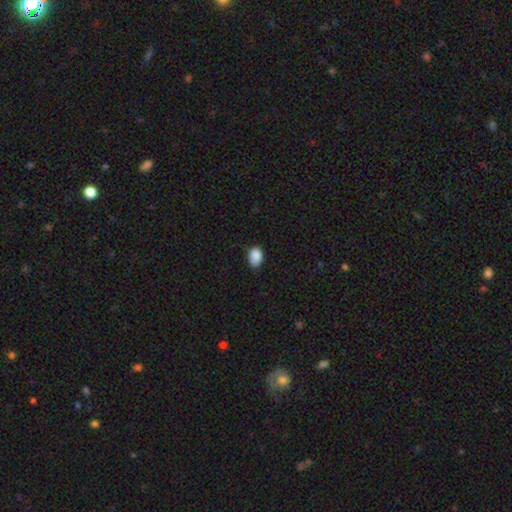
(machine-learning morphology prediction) A smooth galaxy with no disk features (88%) that is in between round and cigar-shaped (81%). Merging: none (68%).